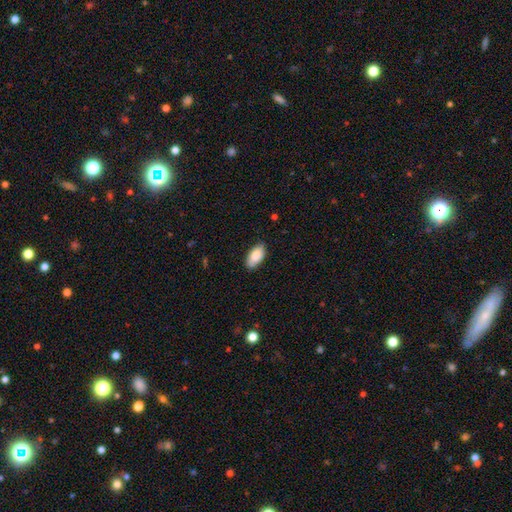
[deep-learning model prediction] Morphology: type=smooth (85%); roundness=in between (93%); merging=none (85%).